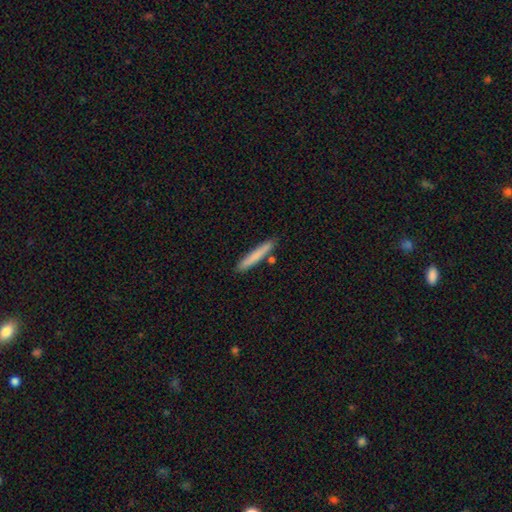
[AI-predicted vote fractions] smooth-or-featured: smooth: 77% | featured or disk: 17% | star or artifact: 6%
  how-rounded: cigar-shaped: 95% | in between: 4% | round: 1%
  merging: none: 85% | minor disturbance: 9% | merger: 4% | major disturbance: 2%